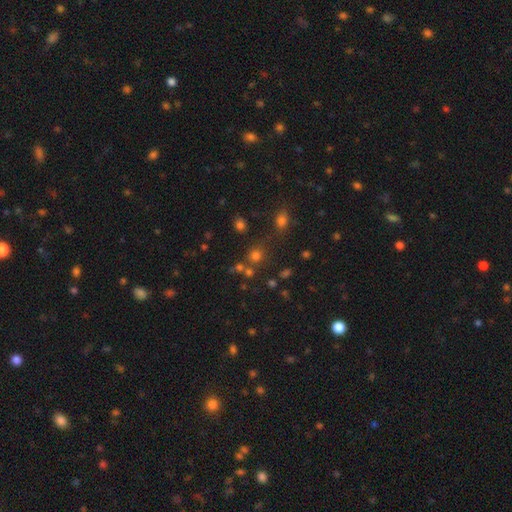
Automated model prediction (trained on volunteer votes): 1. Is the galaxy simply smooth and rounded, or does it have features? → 64% smooth, 28% star or artifact, 8% featured or disk.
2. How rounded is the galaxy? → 86% round, 13% in between, 1% cigar-shaped.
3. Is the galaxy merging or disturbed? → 67% none, 19% merger, 9% minor disturbance, 5% major disturbance.